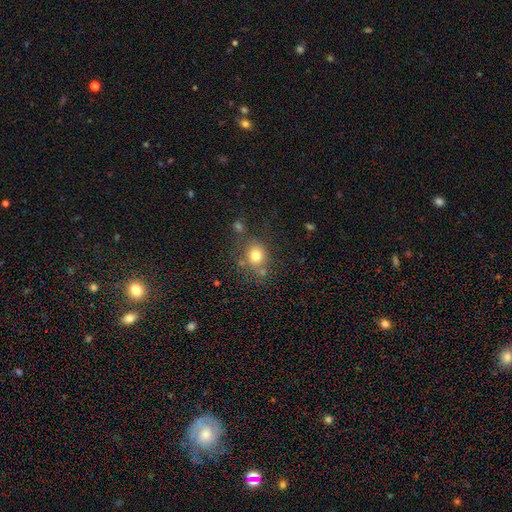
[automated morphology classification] Q: Smooth or featured?
A: smooth (76%); runner-up: star or artifact (13%)
Q: How rounded?
A: round (71%); runner-up: in between (28%)
Q: Merging?
A: none (65%); runner-up: minor disturbance (16%)